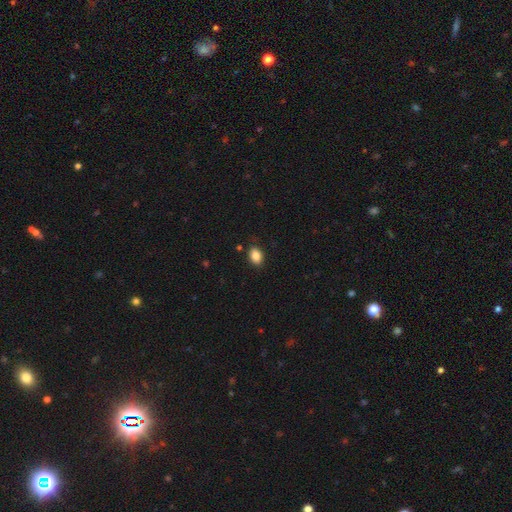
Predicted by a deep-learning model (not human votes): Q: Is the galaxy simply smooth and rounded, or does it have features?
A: smooth — 87%.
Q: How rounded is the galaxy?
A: in between — 79%.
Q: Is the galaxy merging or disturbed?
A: none — 85%.